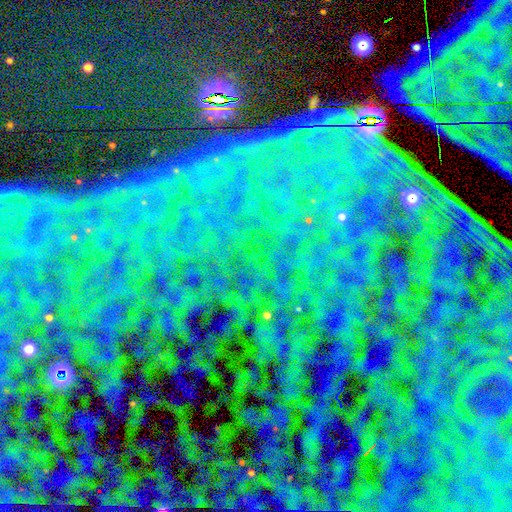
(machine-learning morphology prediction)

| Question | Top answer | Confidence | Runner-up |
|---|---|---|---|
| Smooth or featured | star or artifact | 87% | smooth (7%) |